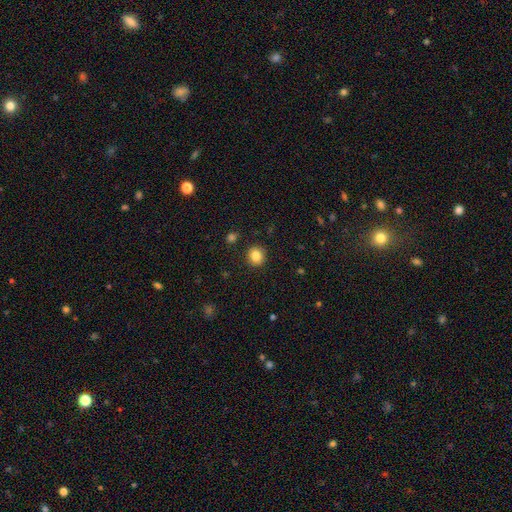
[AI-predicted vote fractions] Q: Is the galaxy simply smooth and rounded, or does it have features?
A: smooth — 85%.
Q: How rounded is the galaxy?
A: round — 85%.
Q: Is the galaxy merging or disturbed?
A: none — 91%.